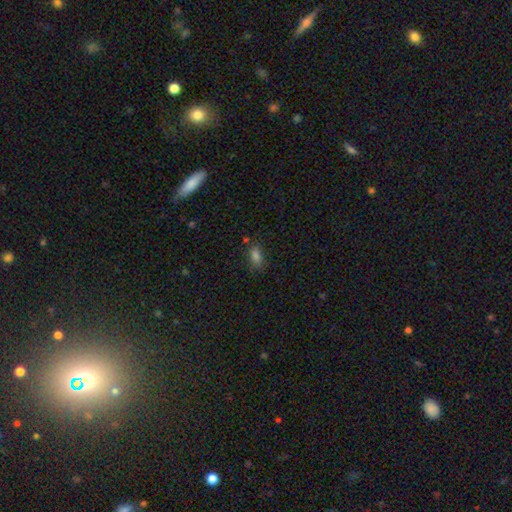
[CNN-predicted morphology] smooth 77%, star or artifact 16%, featured or disk 7%. Down the decision tree: how rounded — in between (84%); merging — none (74%).